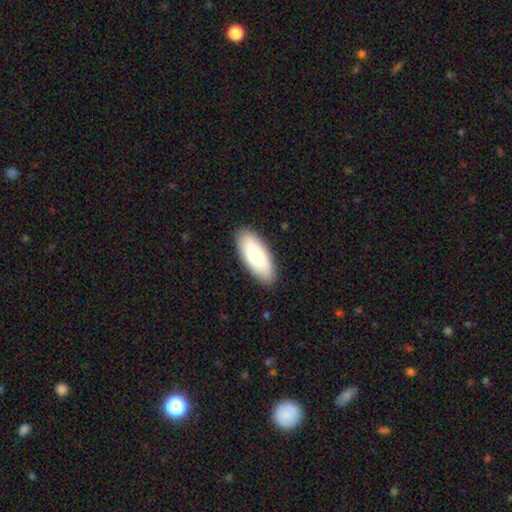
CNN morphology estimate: Smooth or featured? Predicted: smooth (p=0.66). How rounded? Predicted: in between (p=0.84). Merging? Predicted: none (p=0.87).